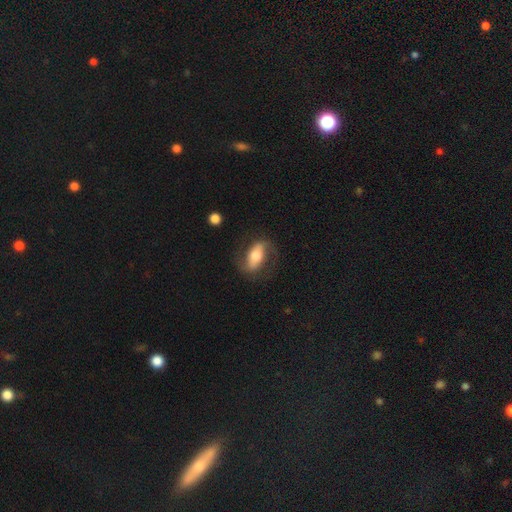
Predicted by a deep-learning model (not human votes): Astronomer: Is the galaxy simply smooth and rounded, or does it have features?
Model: featured or disk — 57% (runner-up: smooth, 37%).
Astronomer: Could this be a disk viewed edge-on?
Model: no — 84%.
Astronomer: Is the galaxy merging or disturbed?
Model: none — 72%.